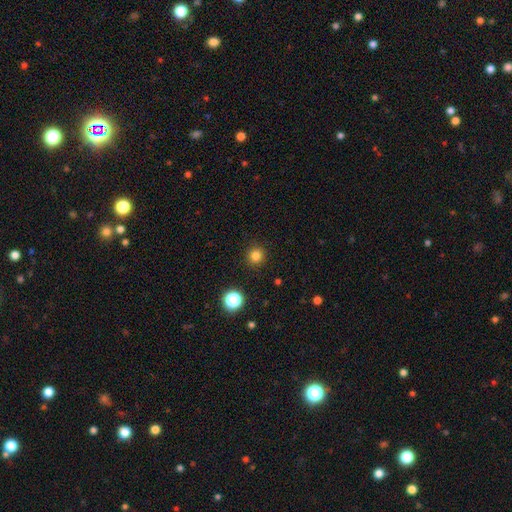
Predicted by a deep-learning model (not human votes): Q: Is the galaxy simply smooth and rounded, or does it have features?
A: smooth — 81%.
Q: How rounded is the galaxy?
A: round — 95%.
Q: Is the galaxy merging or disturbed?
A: none — 92%.